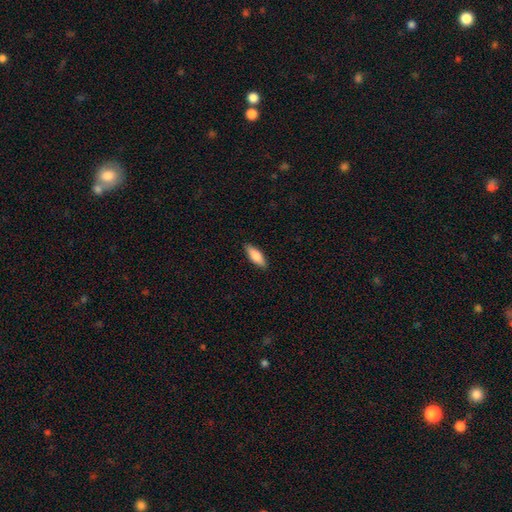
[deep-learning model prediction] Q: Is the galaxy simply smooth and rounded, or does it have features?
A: smooth — 81%.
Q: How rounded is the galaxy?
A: in between — 64%.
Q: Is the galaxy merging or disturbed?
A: none — 89%.